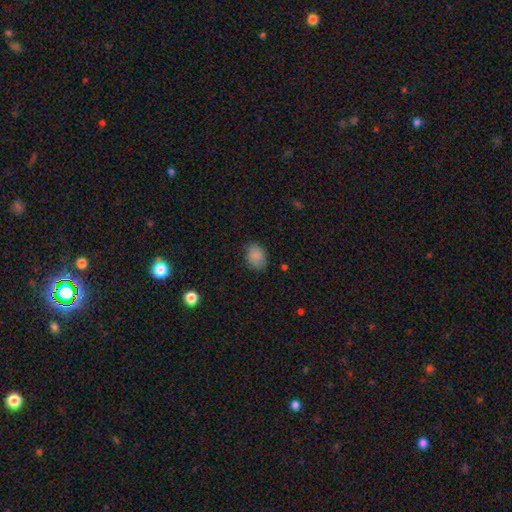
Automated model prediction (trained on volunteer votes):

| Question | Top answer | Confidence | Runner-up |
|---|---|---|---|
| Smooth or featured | smooth | 86% | star or artifact (9%) |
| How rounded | in between | 63% | round (36%) |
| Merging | none | 79% | minor disturbance (16%) |